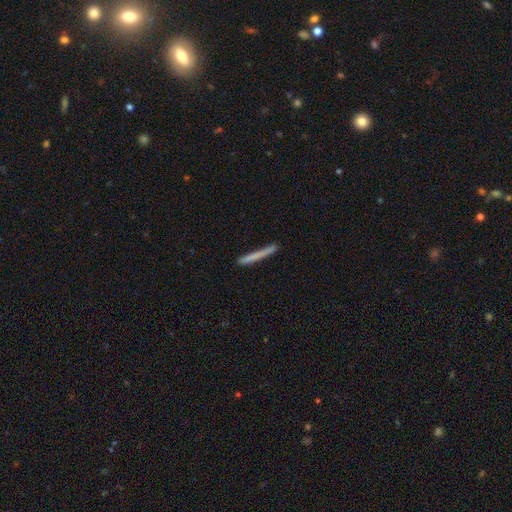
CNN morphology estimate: Smooth or featured? smooth (71%)
How rounded? cigar-shaped (97%)
Merging? none (87%)